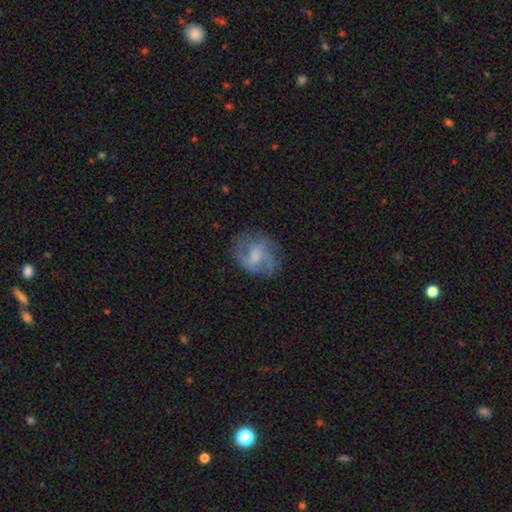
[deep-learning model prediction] Overall: featured or disk (58%; smooth 34%). Edge-on disk: no (97%). Bar: no (50%; weak 41%). Spiral arms: yes (72%). Bulge size: moderate (37%; small 32%). Merging: none (61%; minor disturbance 21%).